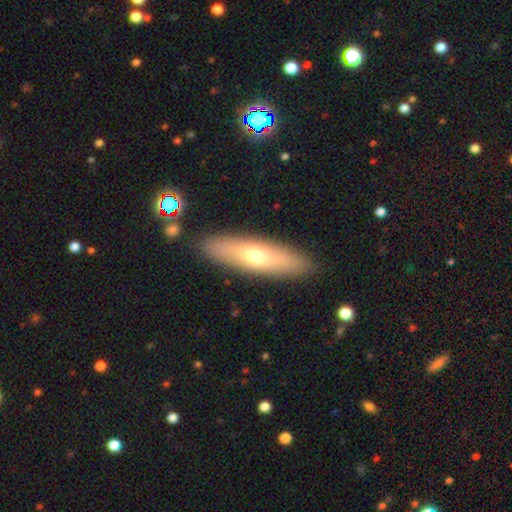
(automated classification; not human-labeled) Q: Smooth or featured?
A: smooth (56%); runner-up: featured or disk (37%)
Q: How rounded?
A: cigar-shaped (60%); runner-up: in between (37%)
Q: Merging?
A: none (88%); runner-up: minor disturbance (8%)